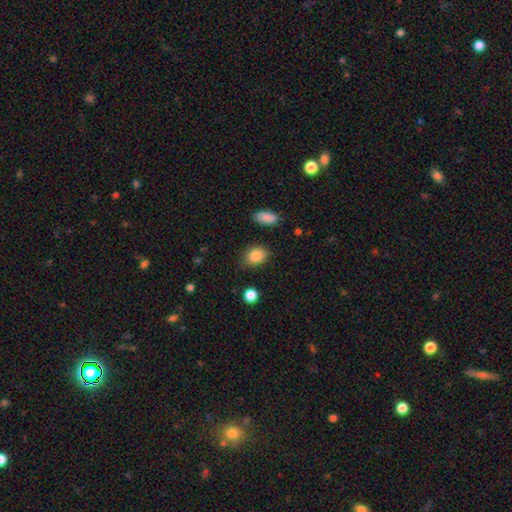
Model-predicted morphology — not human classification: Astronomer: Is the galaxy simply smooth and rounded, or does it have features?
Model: smooth — 87%.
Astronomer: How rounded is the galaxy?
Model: in between — 64%.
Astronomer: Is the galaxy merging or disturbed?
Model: none — 78%.